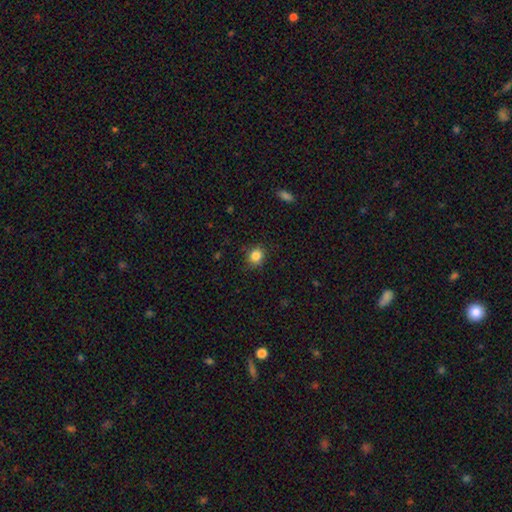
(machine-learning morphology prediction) Q: Smooth or featured?
A: smooth (85%); runner-up: star or artifact (11%)
Q: How rounded?
A: round (76%); runner-up: in between (23%)
Q: Merging?
A: none (86%); runner-up: minor disturbance (10%)